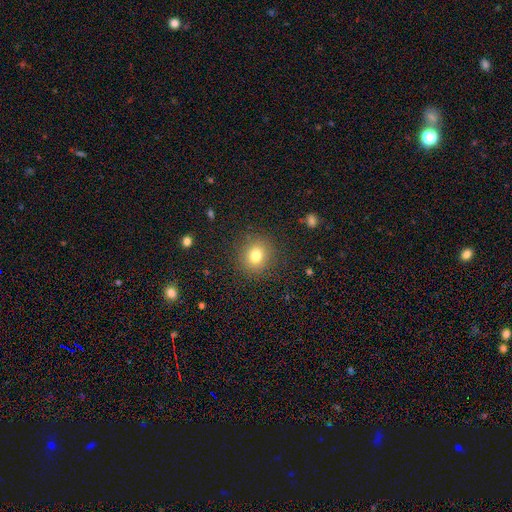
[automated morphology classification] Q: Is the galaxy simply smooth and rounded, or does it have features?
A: smooth — 78%.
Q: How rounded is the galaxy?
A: round — 85%.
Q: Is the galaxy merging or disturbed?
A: none — 88%.